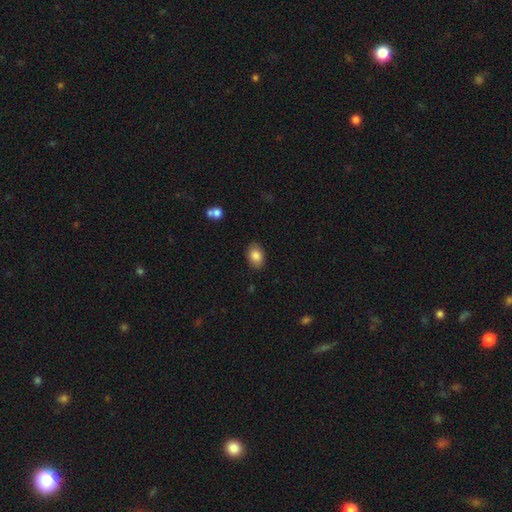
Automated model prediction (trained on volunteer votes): This appears to be a smooth galaxy with no disk features (85%) that is in between round and cigar-shaped (79%). Merging: none (86%).